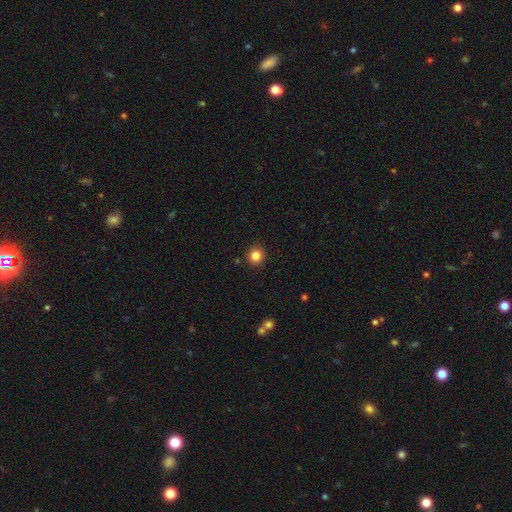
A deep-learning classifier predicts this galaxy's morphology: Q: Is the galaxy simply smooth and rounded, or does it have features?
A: smooth — 84%.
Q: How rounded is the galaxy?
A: round — 94%.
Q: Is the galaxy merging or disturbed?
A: none — 92%.